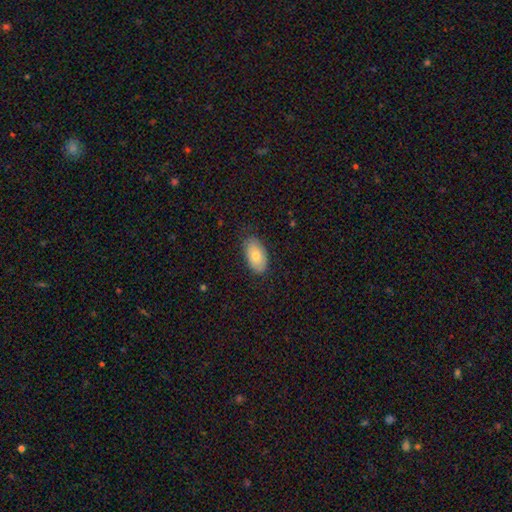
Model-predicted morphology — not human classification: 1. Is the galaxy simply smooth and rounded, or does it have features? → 72% smooth, 21% featured or disk, 6% star or artifact.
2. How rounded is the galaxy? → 94% in between, 4% round, 2% cigar-shaped.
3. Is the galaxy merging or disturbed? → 79% none, 16% minor disturbance, 3% major disturbance, 1% merger.